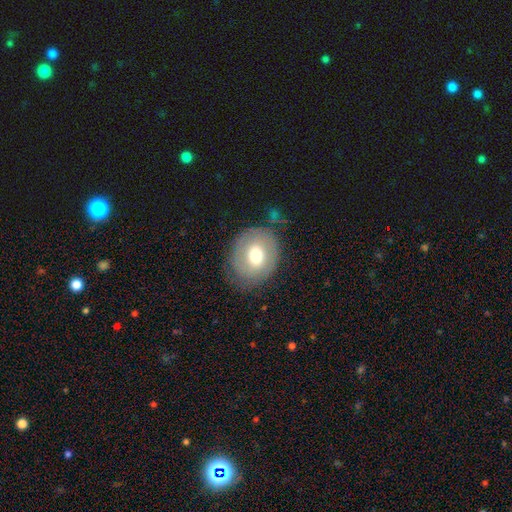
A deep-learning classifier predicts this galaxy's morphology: Smooth or featured? Predicted: smooth (p=0.62). How rounded? Predicted: round (p=0.57). Merging? Predicted: none (p=0.73).